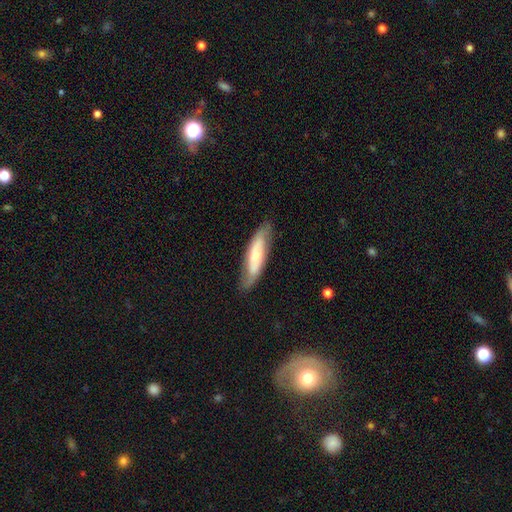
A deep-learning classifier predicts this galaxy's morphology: Smooth or featured? Predicted: featured or disk (p=0.48). Merging? Predicted: none (p=0.77).